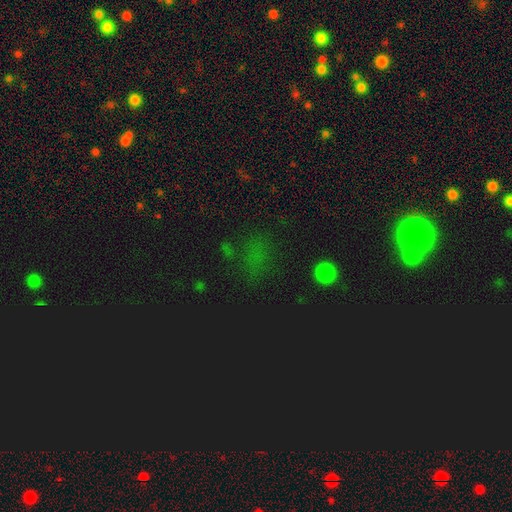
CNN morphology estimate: star or artifact 61%, smooth 30%, featured or disk 9%.